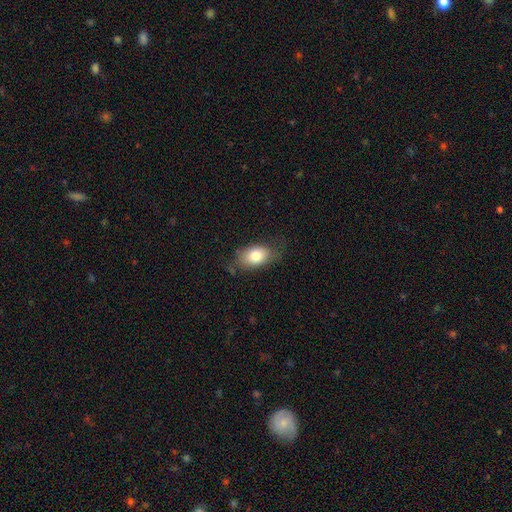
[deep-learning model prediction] smooth_or_featured: smooth (p=0.80) [alt: featured or disk p=0.13]
how_rounded: in between (p=0.86) [alt: round p=0.12]
merging: none (p=0.67) [alt: minor disturbance p=0.24]